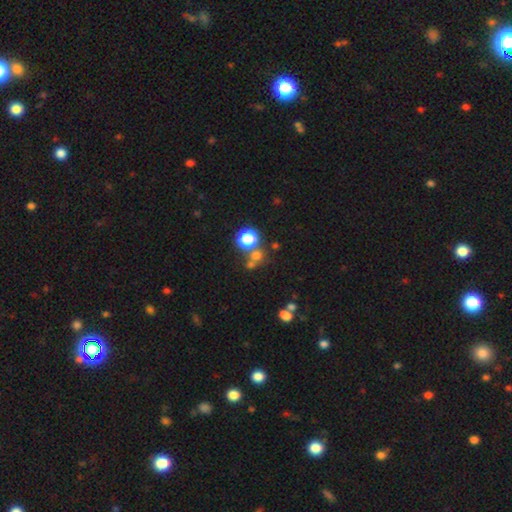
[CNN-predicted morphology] This appears to be a smooth galaxy with no disk features (71%) that is round (85%). Merging: none (56%).